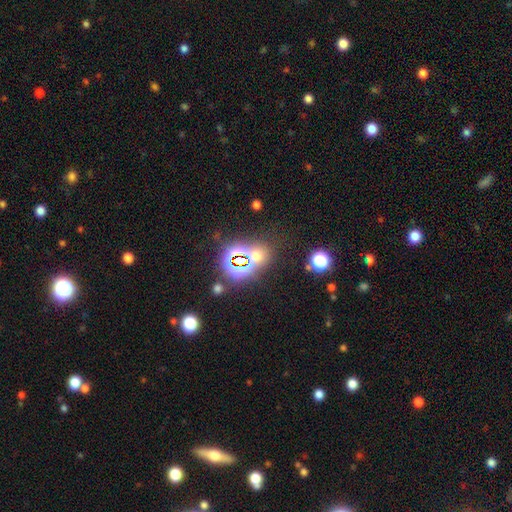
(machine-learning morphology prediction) This appears to be a star or artifact, not a galaxy (50%).